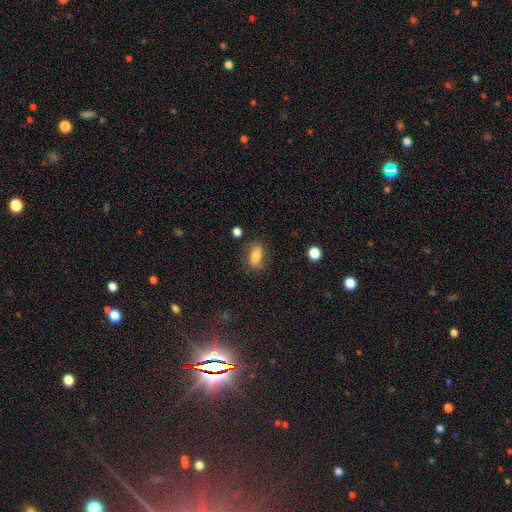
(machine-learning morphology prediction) A smooth galaxy with no disk features (72%) that is in between round and cigar-shaped (80%).

Vote fractions:
- Smooth or featured? smooth: 72% / featured or disk: 19% / star or artifact: 9%
- How rounded? in between: 80% / cigar-shaped: 12% / round: 8%
- Merging? none: 73% / minor disturbance: 17% / major disturbance: 7% / merger: 3%